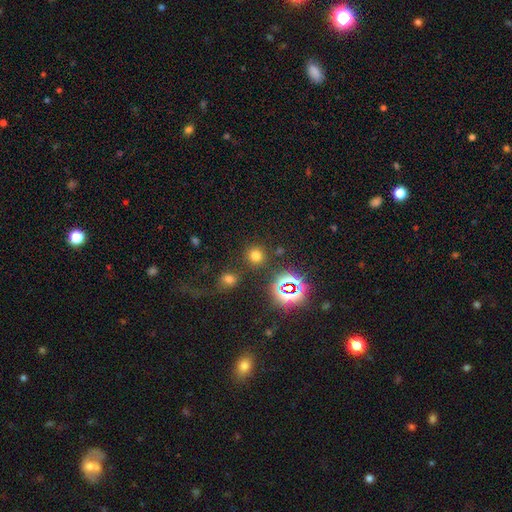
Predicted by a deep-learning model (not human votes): Overall: smooth (67%). How rounded: round (90%). Merging: none (84%).